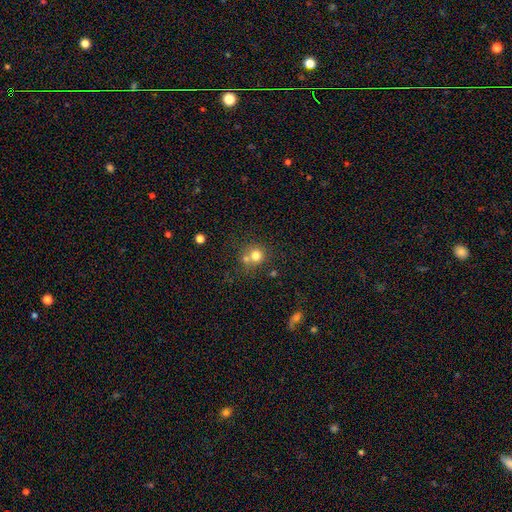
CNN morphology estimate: A smooth galaxy with no disk features (75%) that is round (89%). Merging: none (53%).